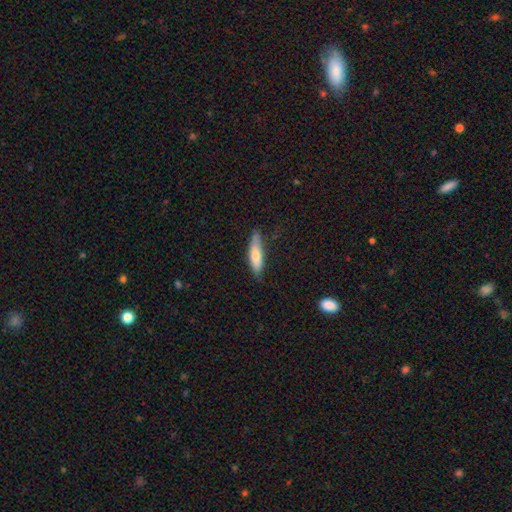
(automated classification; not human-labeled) The model was most divided on "smooth or featured": smooth: 67%, featured or disk: 27%, star or artifact: 6%. More confident: merging — none (78%); how rounded — cigar-shaped (73%).